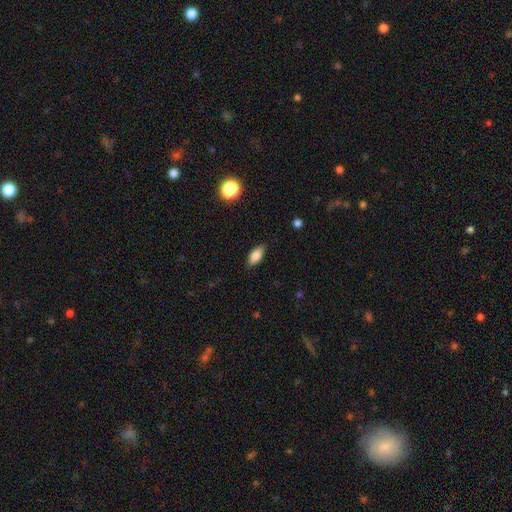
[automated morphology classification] Smooth or featured: smooth — 82% (featured or disk — 10%)
How rounded: in between — 84% (cigar-shaped — 12%)
Merging: none — 84% (minor disturbance — 12%)